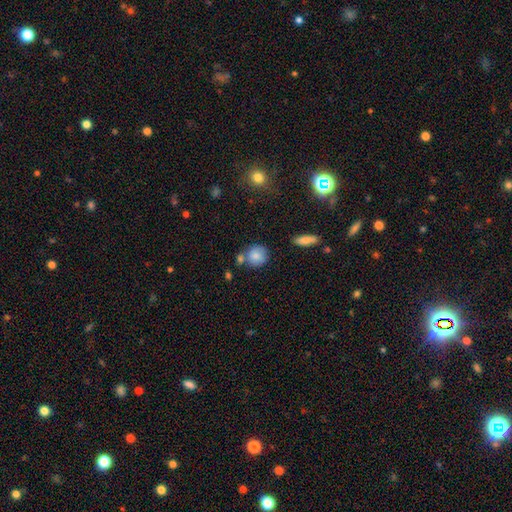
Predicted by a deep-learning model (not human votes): Morphology: type=smooth (81%); roundness=round (81%); merging=none (62%).